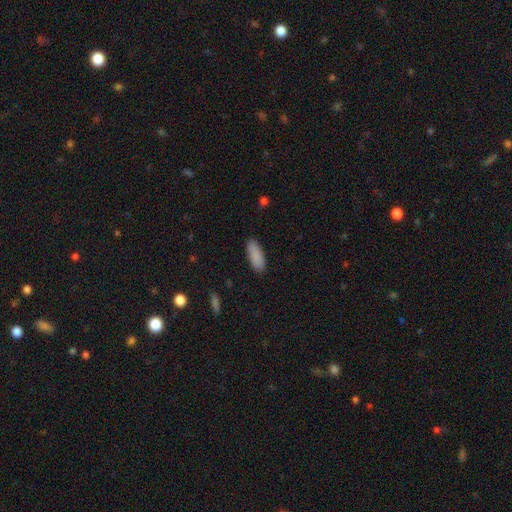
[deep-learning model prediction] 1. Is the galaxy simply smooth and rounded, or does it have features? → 89% smooth, 6% star or artifact, 5% featured or disk.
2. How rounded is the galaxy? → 67% in between, 32% cigar-shaped, 2% round.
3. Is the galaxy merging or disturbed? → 87% none, 9% minor disturbance, 2% major disturbance, 1% merger.